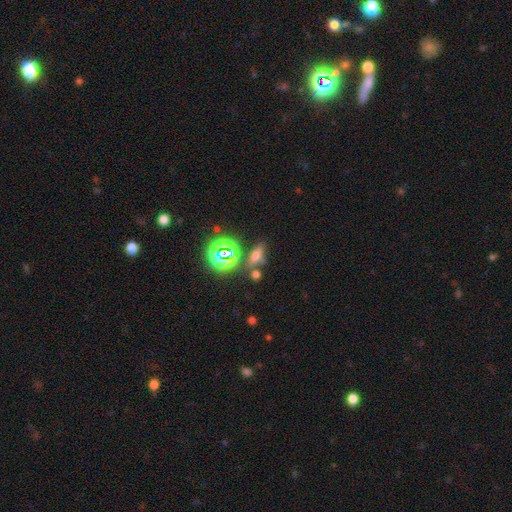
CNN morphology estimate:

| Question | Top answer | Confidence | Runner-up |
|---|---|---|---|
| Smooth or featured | smooth | 51% | star or artifact (36%) |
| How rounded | in between | 58% | cigar-shaped (27%) |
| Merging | none | 66% | merger (14%) |